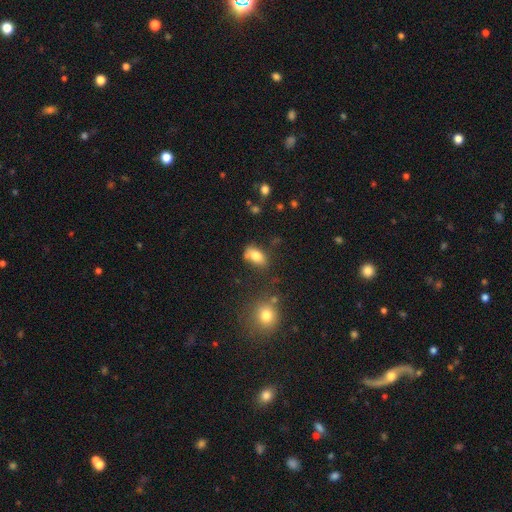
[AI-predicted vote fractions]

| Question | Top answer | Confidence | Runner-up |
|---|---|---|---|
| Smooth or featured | smooth | 79% | featured or disk (12%) |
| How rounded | in between | 89% | round (8%) |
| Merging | none | 61% | minor disturbance (23%) |